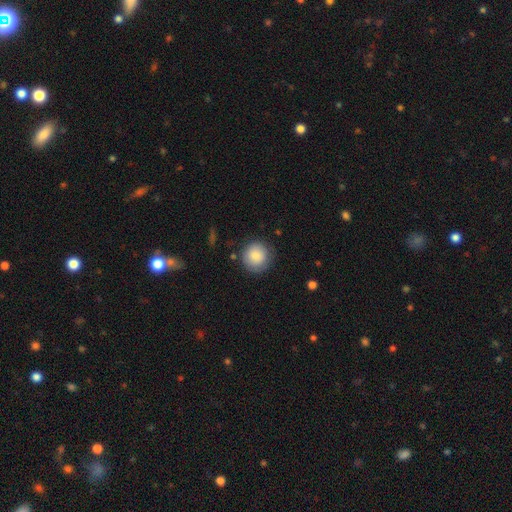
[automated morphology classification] A smooth galaxy with no disk features (84%) that is round (94%).

Vote fractions:
- Smooth or featured? smooth: 84% / featured or disk: 9% / star or artifact: 7%
- How rounded? round: 94% / in between: 5% / cigar-shaped: 1%
- Merging? none: 82% / minor disturbance: 12% / major disturbance: 4% / merger: 2%